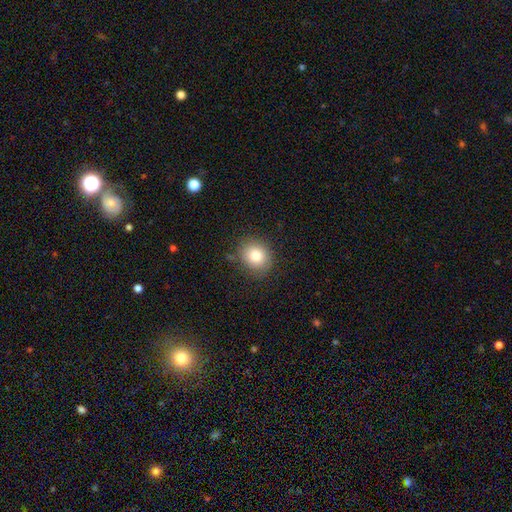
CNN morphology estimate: Overall: smooth (81%). How rounded: round (74%). Merging: none (84%).